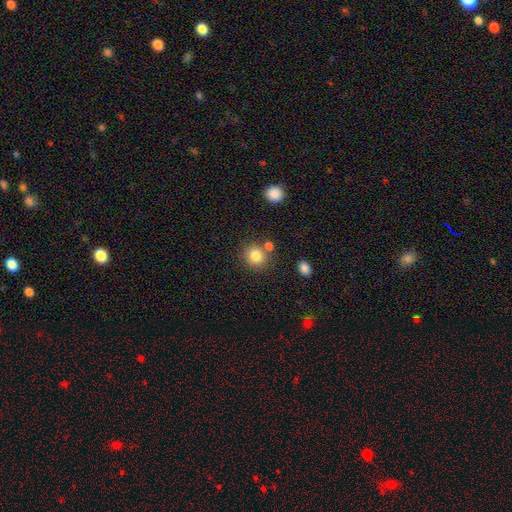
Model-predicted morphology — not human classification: A smooth galaxy with no disk features (83%) that is round (82%). Merging: none (72%).